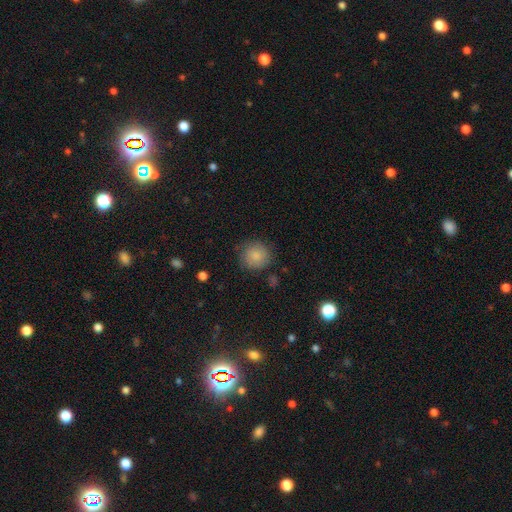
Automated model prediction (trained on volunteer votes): A smooth galaxy with no disk features (79%) that is round (90%).

Vote fractions:
- Smooth or featured? smooth: 79% / featured or disk: 13% / star or artifact: 8%
- How rounded? round: 90% / in between: 9% / cigar-shaped: 1%
- Merging? none: 79% / minor disturbance: 15% / major disturbance: 4% / merger: 2%